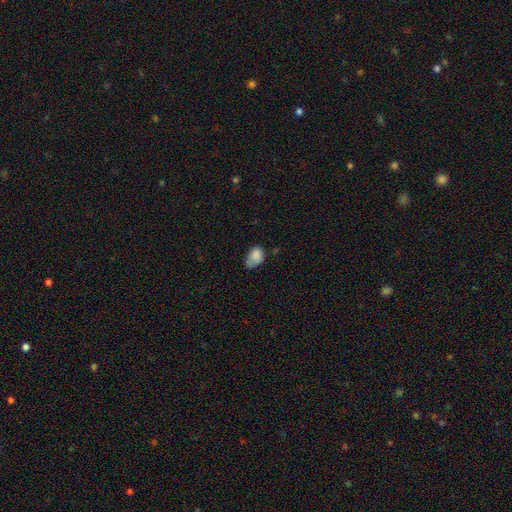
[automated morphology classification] A smooth galaxy with no disk features (80%) that is in between round and cigar-shaped (84%). Merging: minor disturbance (40%).